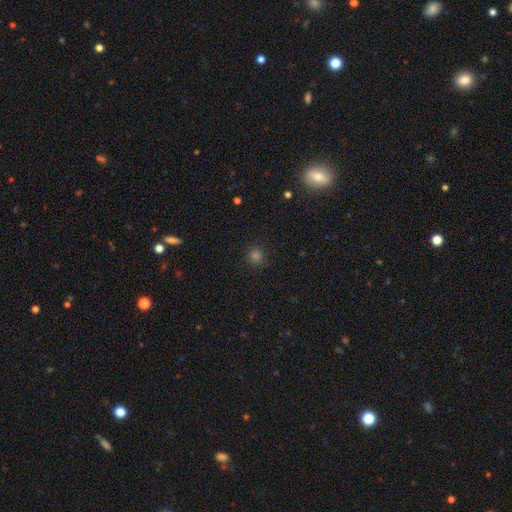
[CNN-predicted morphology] This is likely a smooth galaxy (70%). How rounded: clearly round (92%). Merging: clearly none (90%).